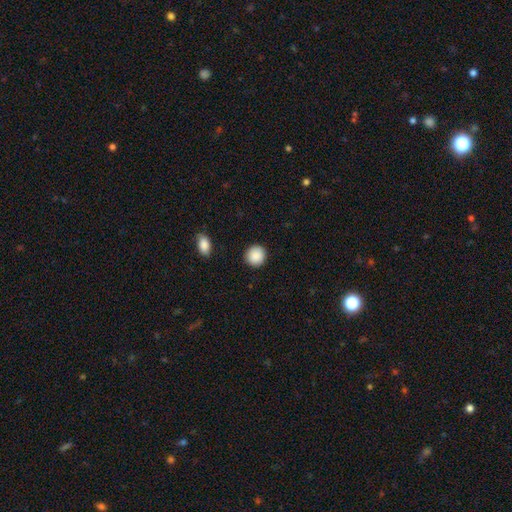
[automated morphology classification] Overall: smooth (90%). How rounded: round (92%). Merging: none (91%).